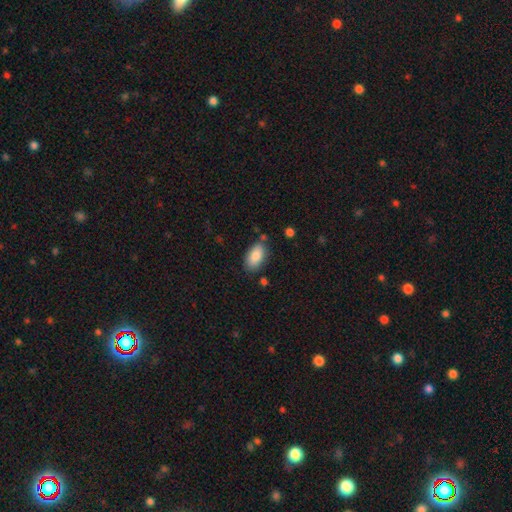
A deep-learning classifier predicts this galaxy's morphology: Q: Smooth or featured?
A: smooth (87%); runner-up: featured or disk (7%)
Q: How rounded?
A: in between (94%); runner-up: round (3%)
Q: Merging?
A: none (77%); runner-up: minor disturbance (16%)